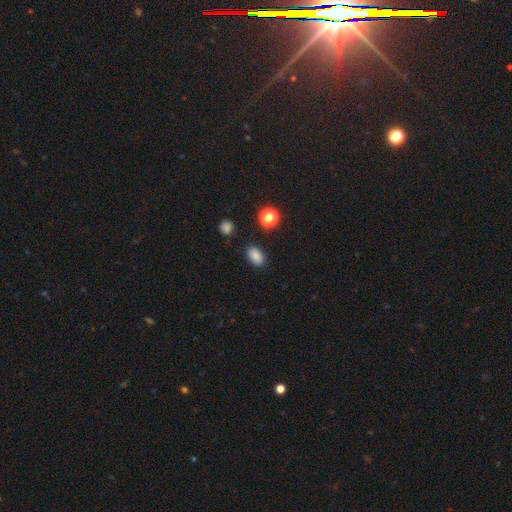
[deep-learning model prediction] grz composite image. It shows a smooth galaxy with no disk features (84%) that is in between round and cigar-shaped (83%). Merging: none (85%).